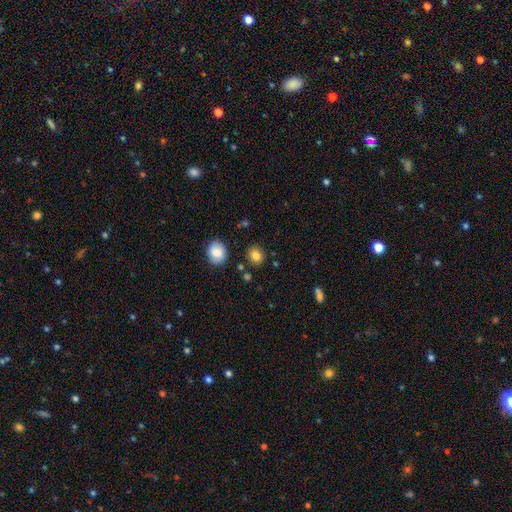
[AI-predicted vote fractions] Smooth or featured? Predicted: smooth (p=0.82). How rounded? Predicted: round (p=0.74). Merging? Predicted: none (p=0.85).